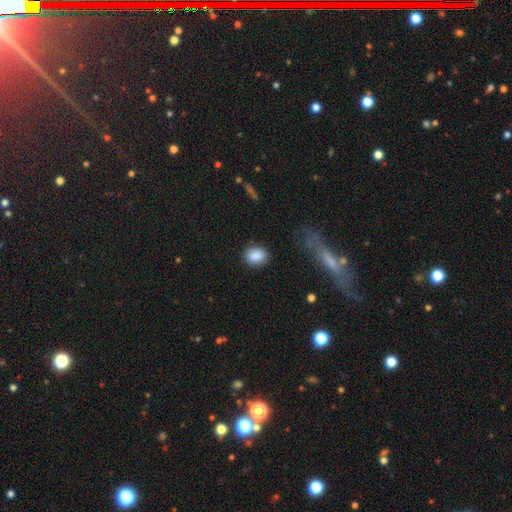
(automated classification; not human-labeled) This appears to be a smooth galaxy with no disk features (88%) that is in between round and cigar-shaped (56%). Merging: none (82%).